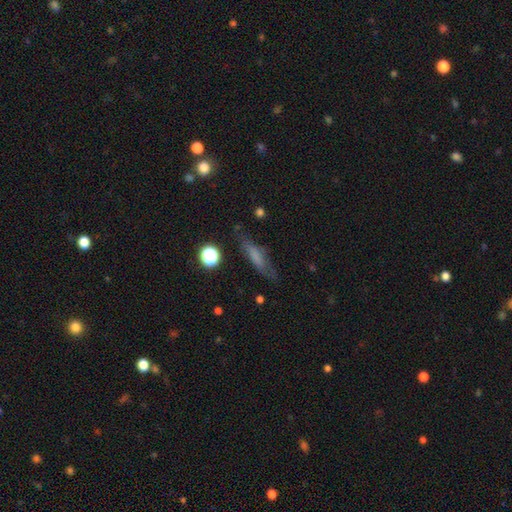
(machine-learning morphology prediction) smooth 60%, featured or disk 27%, star or artifact 13%. Down the decision tree: how rounded — cigar-shaped (68%); merging — none (70%).